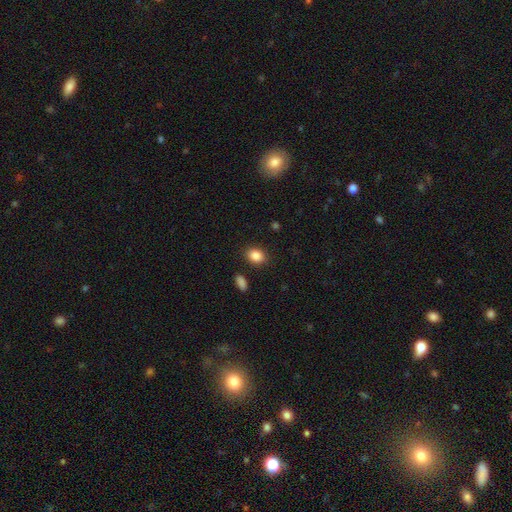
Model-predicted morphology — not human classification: This is clearly a smooth galaxy (87%). How rounded: possibly in between (55%). Merging: clearly none (87%).